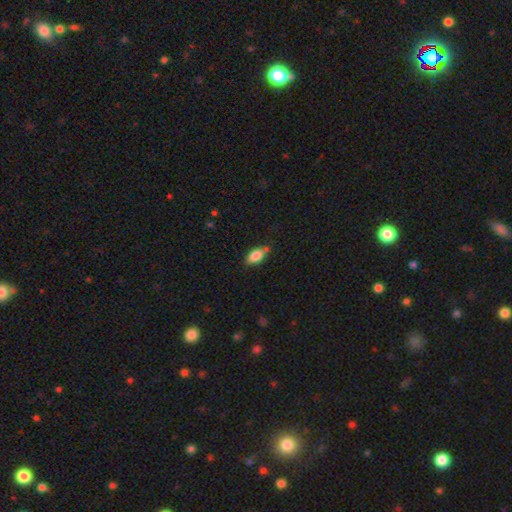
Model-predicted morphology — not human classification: Smooth or featured? smooth (83%)
How rounded? in between (89%)
Merging? none (71%)